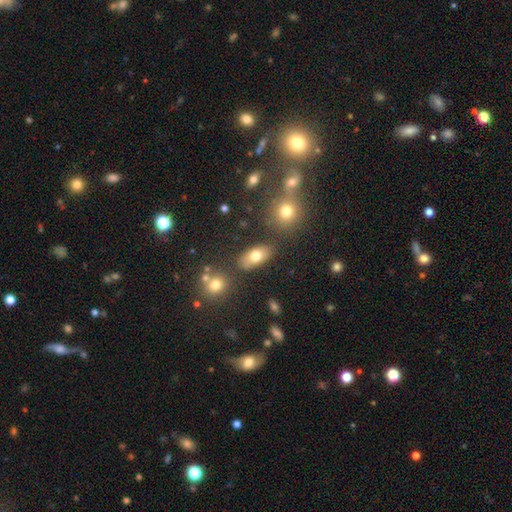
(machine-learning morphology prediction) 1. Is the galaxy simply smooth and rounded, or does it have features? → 73% smooth, 17% featured or disk, 10% star or artifact.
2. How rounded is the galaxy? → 88% in between, 8% round, 5% cigar-shaped.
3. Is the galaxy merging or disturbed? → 79% none, 12% minor disturbance, 6% merger, 4% major disturbance.